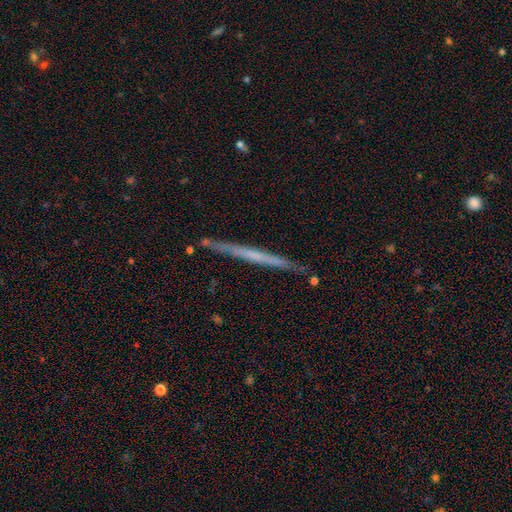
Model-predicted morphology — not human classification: A featured or disk galaxy (57%) viewed edge-on (97%) with no central bulge (86%). Merging: none (89%).